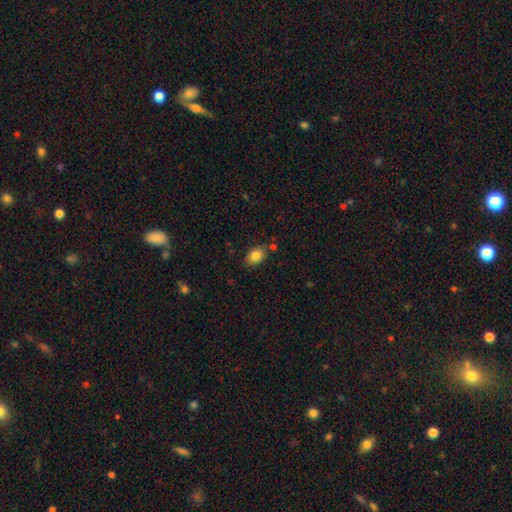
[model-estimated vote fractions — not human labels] Q: Smooth or featured?
A: smooth (83%); runner-up: star or artifact (9%)
Q: How rounded?
A: in between (81%); runner-up: round (18%)
Q: Merging?
A: none (79%); runner-up: minor disturbance (13%)